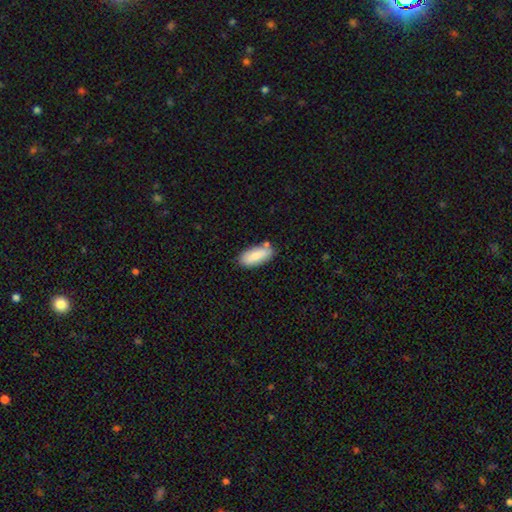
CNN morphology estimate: This is clearly a smooth galaxy (81%). How rounded: clearly in between (84%). Merging: likely none (74%).